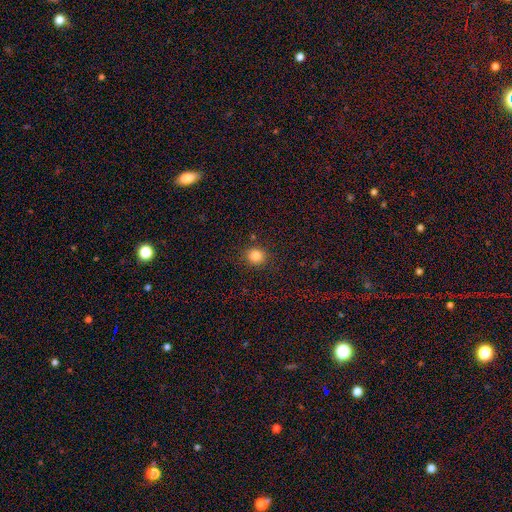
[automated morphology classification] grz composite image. It shows a smooth galaxy with no disk features (83%) that is round (85%). Merging: none (88%).